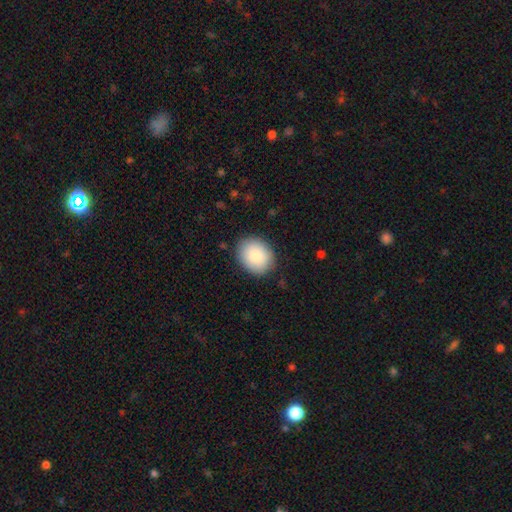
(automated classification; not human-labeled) smooth 87%, star or artifact 6%, featured or disk 6%. Down the decision tree: how rounded — round (51%); merging — none (86%).